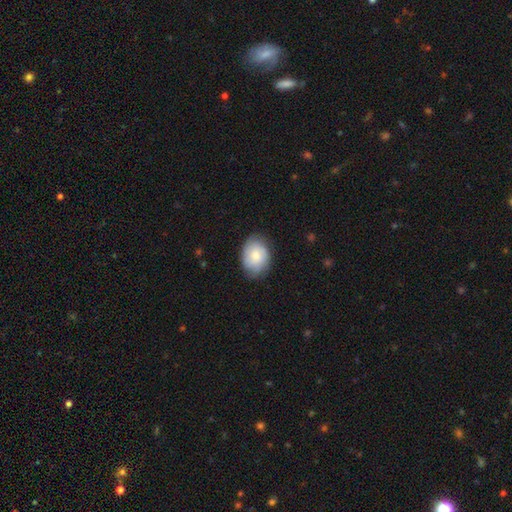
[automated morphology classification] smooth-or-featured: smooth: 67% | featured or disk: 26% | star or artifact: 6%
  how-rounded: in between: 69% | round: 31% | cigar-shaped: 1%
  merging: none: 74% | minor disturbance: 21% | major disturbance: 5% | merger: 1%